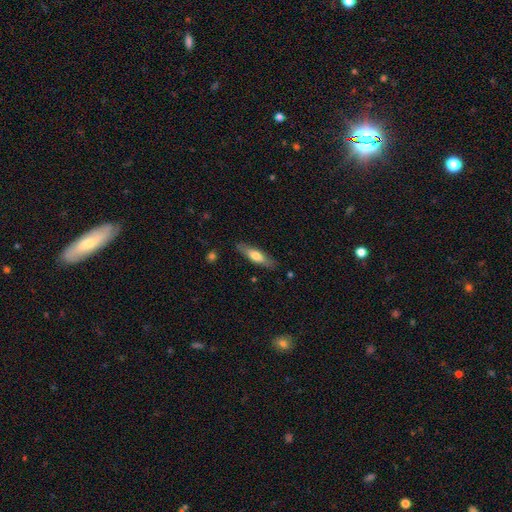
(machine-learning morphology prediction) The model was most divided on "smooth or featured": smooth: 60%, featured or disk: 34%, star or artifact: 6%. More confident: merging — none (84%); how rounded — cigar-shaped (62%).